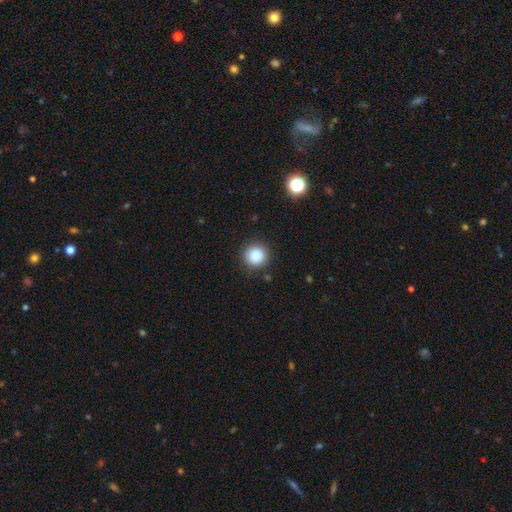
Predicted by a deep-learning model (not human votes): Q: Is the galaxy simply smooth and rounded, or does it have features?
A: smooth — 86%.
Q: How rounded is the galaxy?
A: round — 94%.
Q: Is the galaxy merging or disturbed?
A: none — 89%.